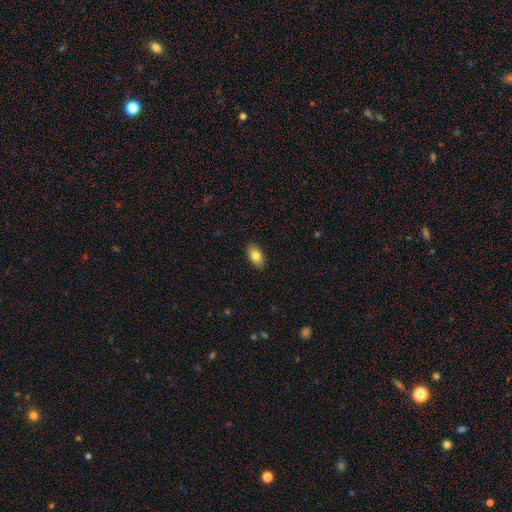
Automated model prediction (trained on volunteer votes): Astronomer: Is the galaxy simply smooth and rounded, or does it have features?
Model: smooth — 81%.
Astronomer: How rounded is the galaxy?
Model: in between — 92%.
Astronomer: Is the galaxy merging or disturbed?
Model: none — 89%.